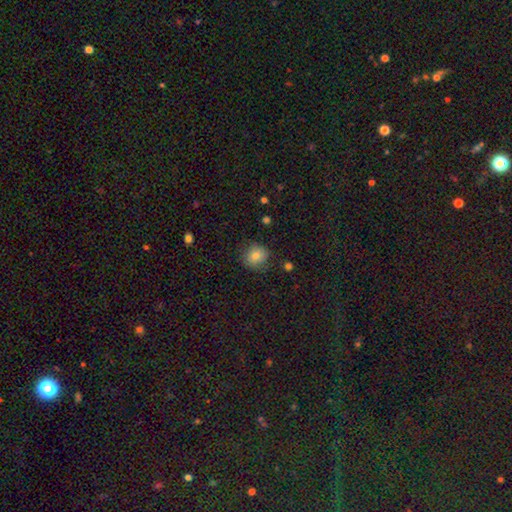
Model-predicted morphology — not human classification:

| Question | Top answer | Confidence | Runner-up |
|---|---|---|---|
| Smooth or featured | smooth | 77% | star or artifact (12%) |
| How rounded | round | 83% | in between (16%) |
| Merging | none | 79% | minor disturbance (15%) |